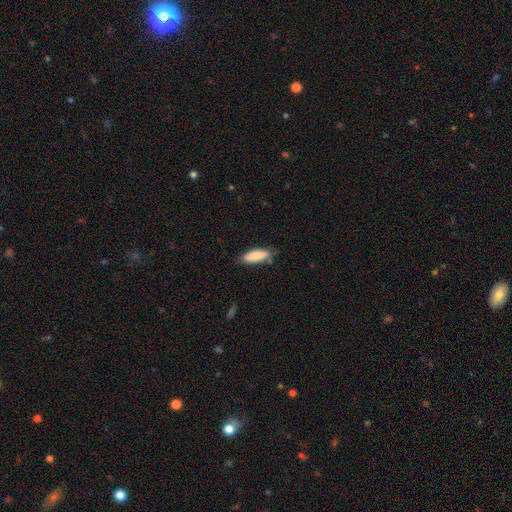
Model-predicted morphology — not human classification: A smooth galaxy with no disk features (85%) that is in between round and cigar-shaped (52%). Merging: none (74%).